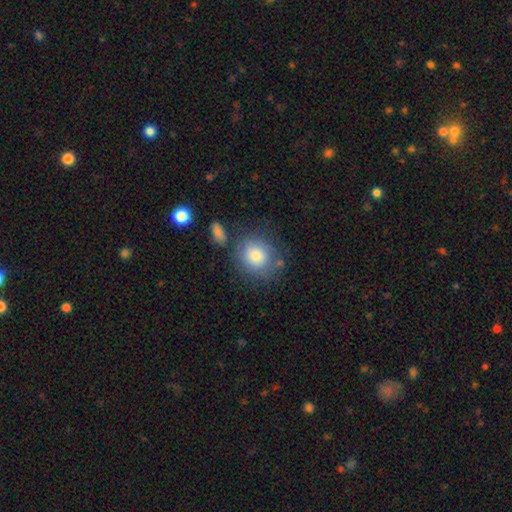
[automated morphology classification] smooth_or_featured: smooth (p=0.80) [alt: featured or disk p=0.12]
how_rounded: round (p=0.79) [alt: in between p=0.20]
merging: none (p=0.68) [alt: minor disturbance p=0.17]